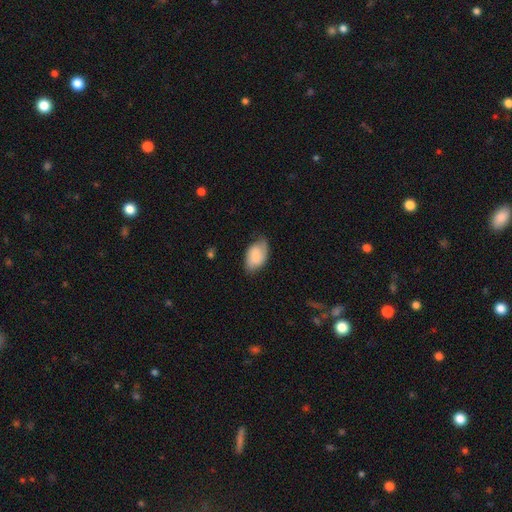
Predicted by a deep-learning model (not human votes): smooth 65%, featured or disk 28%, star or artifact 7%. Down the decision tree: how rounded — in between (91%); merging — none (60%).